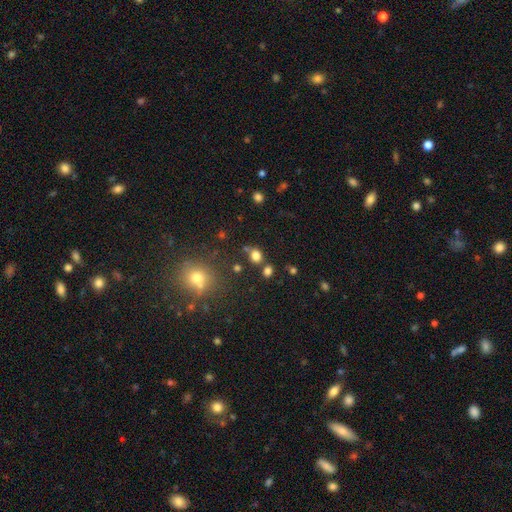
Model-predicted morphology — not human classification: Smooth or featured?
  - smooth: 78% *
  - star or artifact: 16%
  - featured or disk: 6%
How rounded?
  - round: 65% *
  - in between: 33%
  - cigar-shaped: 1%
Merging?
  - none: 69% *
  - merger: 15%
  - minor disturbance: 11%
  - major disturbance: 4%